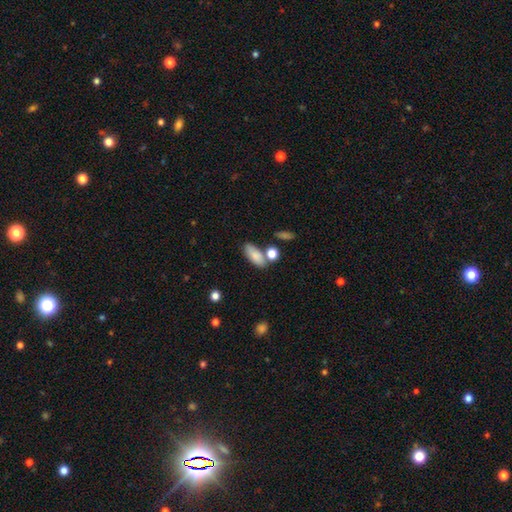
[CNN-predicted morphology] Smooth or featured? smooth (83%)
How rounded? in between (82%)
Merging? none (62%)